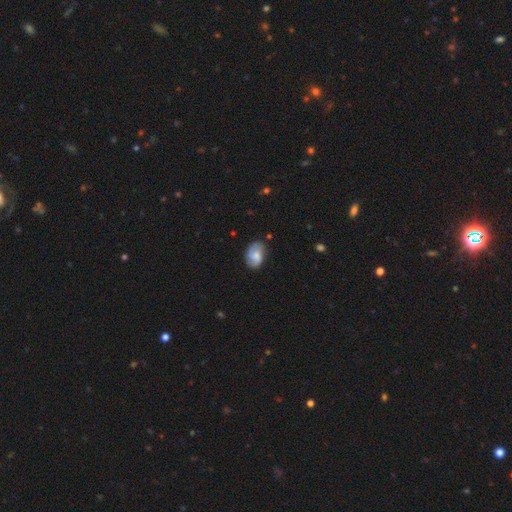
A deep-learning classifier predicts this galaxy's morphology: Q: Smooth or featured?
A: smooth (54%); runner-up: featured or disk (38%)
Q: How rounded?
A: in between (85%); runner-up: round (14%)
Q: Merging?
A: none (72%); runner-up: minor disturbance (22%)